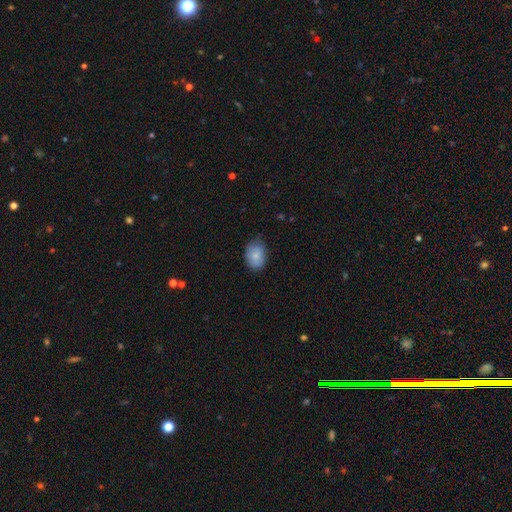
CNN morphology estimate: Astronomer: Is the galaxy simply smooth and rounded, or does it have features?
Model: smooth — 82%.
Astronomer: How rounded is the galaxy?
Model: in between — 76%.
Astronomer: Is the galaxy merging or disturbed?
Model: none — 71%.